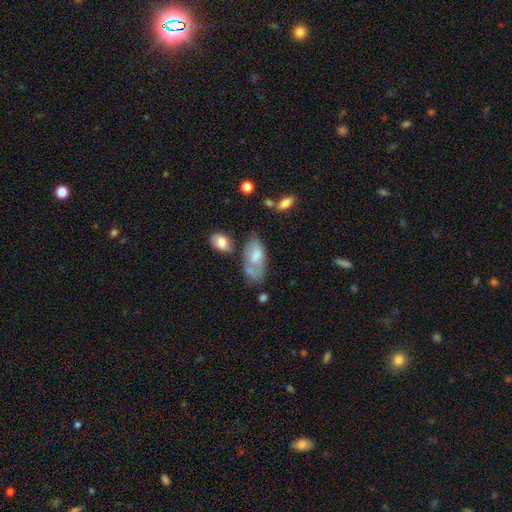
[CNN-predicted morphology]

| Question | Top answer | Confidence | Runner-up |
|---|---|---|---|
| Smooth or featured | smooth | 63% | featured or disk (30%) |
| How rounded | in between | 92% | cigar-shaped (5%) |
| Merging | none | 36% | minor disturbance (28%) |